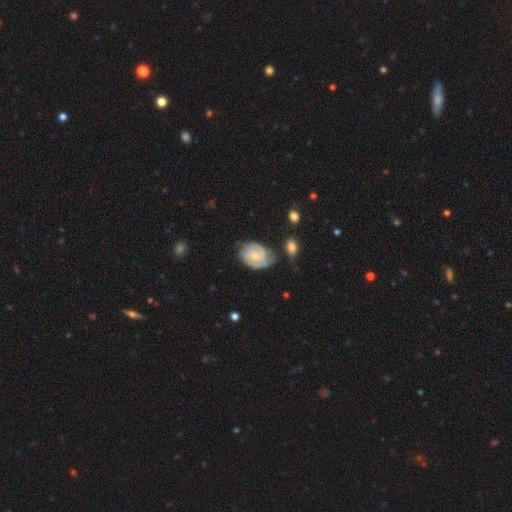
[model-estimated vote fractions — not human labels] Overall: featured or disk (76%). Edge-on disk: no (97%). Bar: no (68%). Spiral arms: yes (91%). Spiral arm count: 2 (53%; can't tell 23%). Spiral winding: tight (60%; medium 31%). Bulge size: small (58%; moderate 38%). Merging: none (56%; minor disturbance 29%).